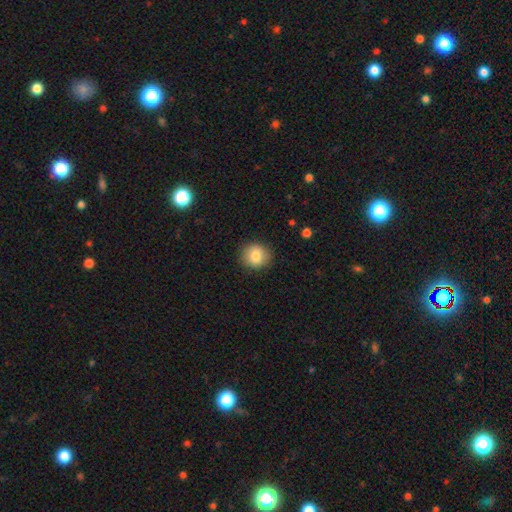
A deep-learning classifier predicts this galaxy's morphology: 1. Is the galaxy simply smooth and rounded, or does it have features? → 82% smooth, 9% featured or disk, 9% star or artifact.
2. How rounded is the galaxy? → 85% round, 14% in between, 1% cigar-shaped.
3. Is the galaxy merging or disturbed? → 89% none, 8% minor disturbance, 2% major disturbance, 1% merger.